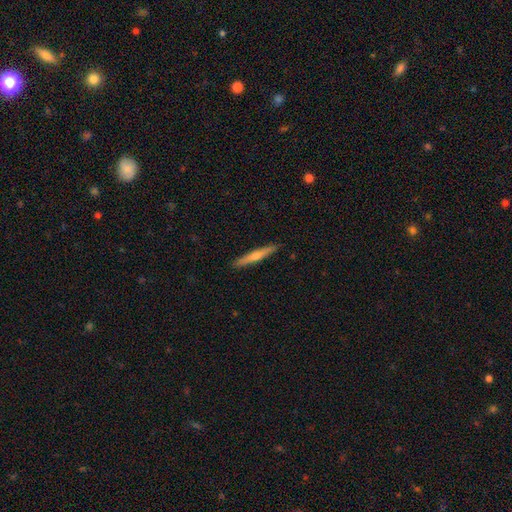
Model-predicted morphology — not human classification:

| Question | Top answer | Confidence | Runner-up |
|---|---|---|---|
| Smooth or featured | featured or disk | 48% | smooth (47%) |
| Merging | none | 92% | minor disturbance (6%) |